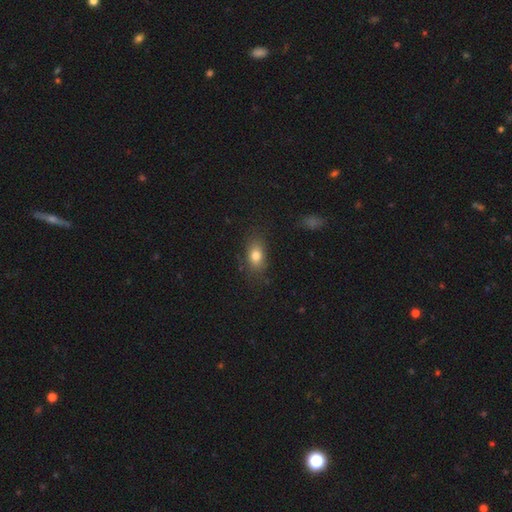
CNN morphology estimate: smooth-or-featured: smooth: 81% | featured or disk: 10% | star or artifact: 9%
  how-rounded: in between: 82% | round: 14% | cigar-shaped: 3%
  merging: none: 77% | minor disturbance: 17% | major disturbance: 5% | merger: 2%